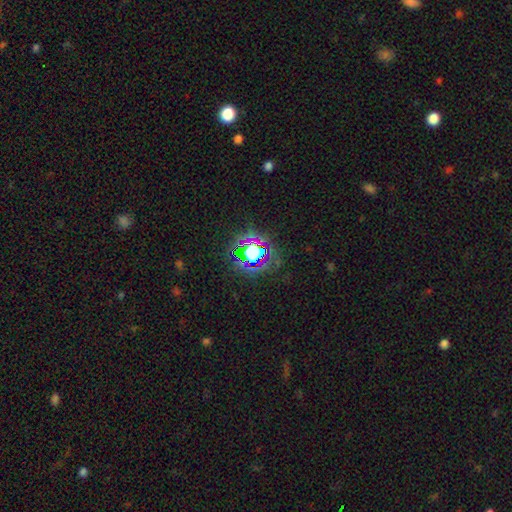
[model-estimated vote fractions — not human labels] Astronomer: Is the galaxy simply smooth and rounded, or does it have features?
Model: star or artifact — 55%.